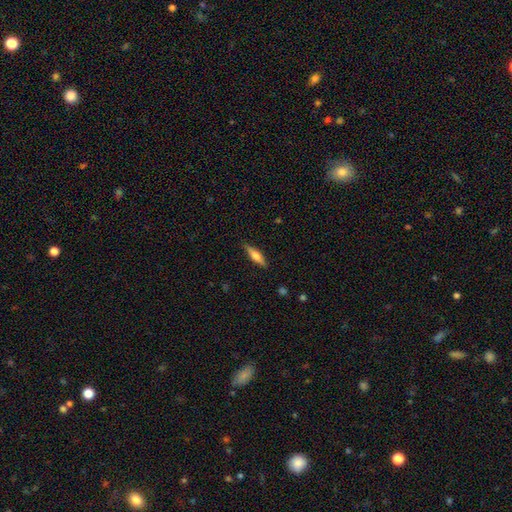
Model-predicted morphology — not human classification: A smooth galaxy with no disk features (52%) that is cigar-shaped (66%).

Vote fractions:
- Smooth or featured? smooth: 52% / featured or disk: 42% / star or artifact: 6%
- How rounded? cigar-shaped: 66% / in between: 31% / round: 2%
- Merging? none: 87% / minor disturbance: 10% / major disturbance: 2% / merger: 1%